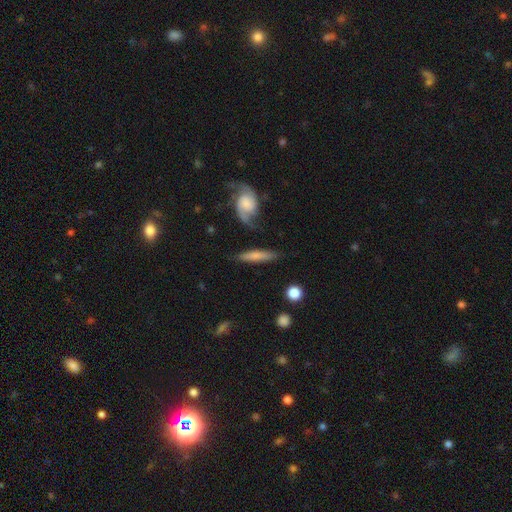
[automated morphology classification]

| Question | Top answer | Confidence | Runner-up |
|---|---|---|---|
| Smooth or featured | smooth | 59% | featured or disk (35%) |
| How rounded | cigar-shaped | 82% | in between (16%) |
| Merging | none | 74% | minor disturbance (16%) |